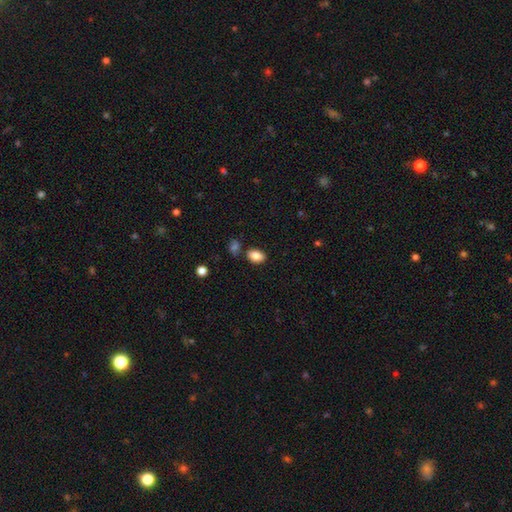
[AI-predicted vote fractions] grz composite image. It shows a smooth galaxy with no disk features (85%) that is in between round and cigar-shaped (82%). Merging: none (77%).